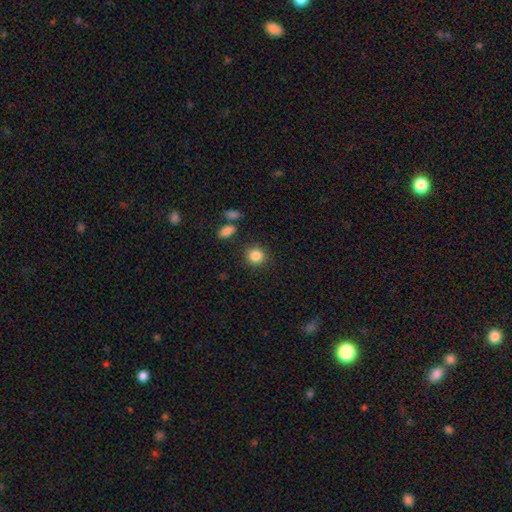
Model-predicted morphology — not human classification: smooth_or_featured: smooth (p=0.86) [alt: star or artifact p=0.10]
how_rounded: round (p=0.86) [alt: in between p=0.13]
merging: none (p=0.87) [alt: minor disturbance p=0.08]